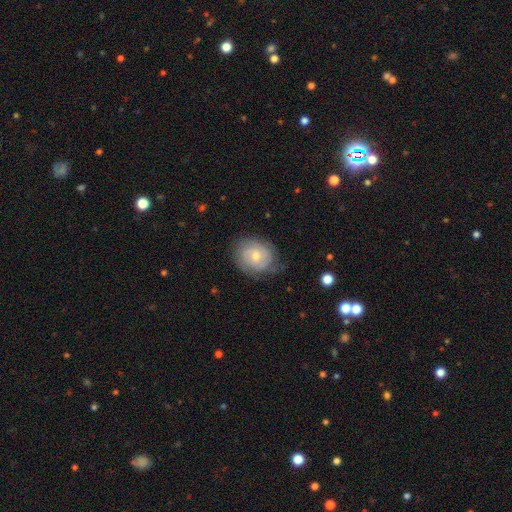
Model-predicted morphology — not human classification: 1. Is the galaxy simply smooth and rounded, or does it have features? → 58% featured or disk, 33% smooth, 9% star or artifact.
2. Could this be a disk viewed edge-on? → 97% no, 3% yes.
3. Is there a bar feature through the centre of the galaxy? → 69% no, 26% weak, 5% strong.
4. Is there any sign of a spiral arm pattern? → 80% yes, 20% no.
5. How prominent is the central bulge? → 50% small, 46% moderate, 2% large, 1% none, 1% dominant.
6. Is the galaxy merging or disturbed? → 70% none, 22% minor disturbance, 7% major disturbance, 1% merger.